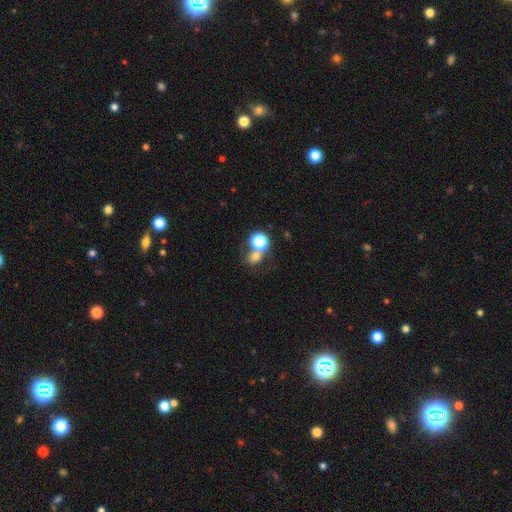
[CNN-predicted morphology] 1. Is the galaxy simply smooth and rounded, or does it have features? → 67% smooth, 22% star or artifact, 12% featured or disk.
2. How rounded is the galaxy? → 67% round, 32% in between, 1% cigar-shaped.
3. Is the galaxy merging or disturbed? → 46% none, 38% merger, 9% minor disturbance, 6% major disturbance.